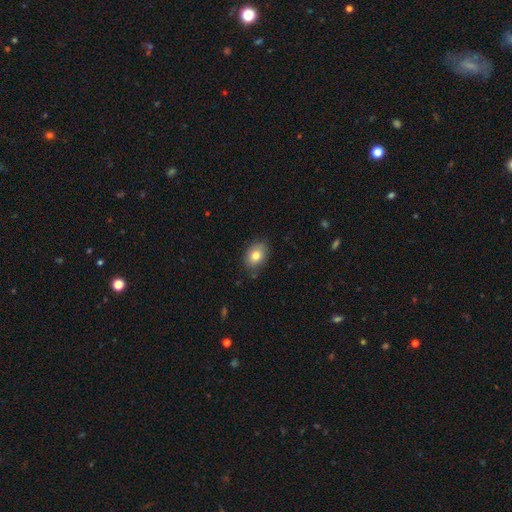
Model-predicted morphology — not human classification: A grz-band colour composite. It shows a smooth galaxy with no disk features (80%) that is in between round and cigar-shaped (72%). Merging: none (81%).